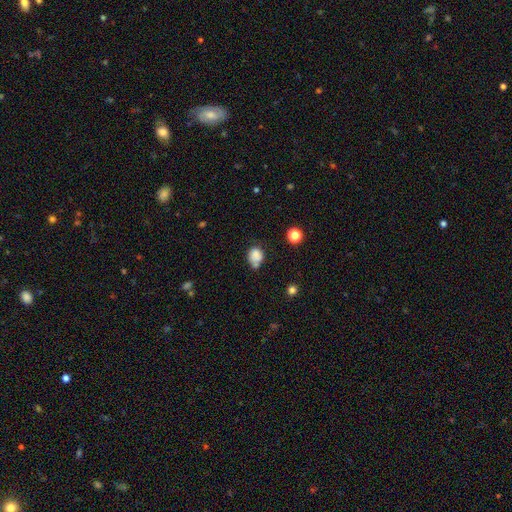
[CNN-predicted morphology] Smooth or featured?
  - smooth: 82% *
  - star or artifact: 11%
  - featured or disk: 7%
How rounded?
  - round: 62% *
  - in between: 37%
  - cigar-shaped: 1%
Merging?
  - none: 48% *
  - minor disturbance: 27%
  - merger: 16%
  - major disturbance: 9%